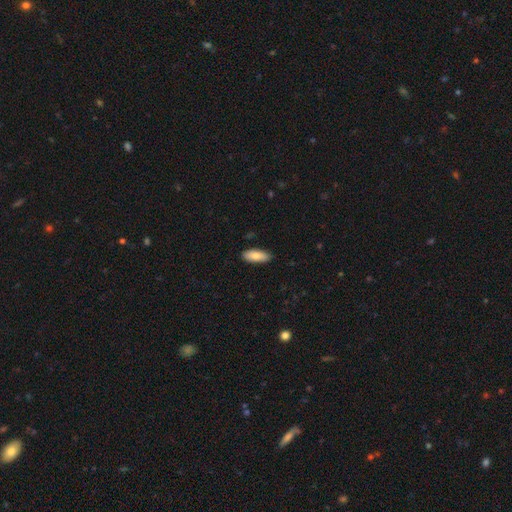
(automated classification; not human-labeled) Overall: smooth (81%). How rounded: in between (75%). Merging: none (88%).